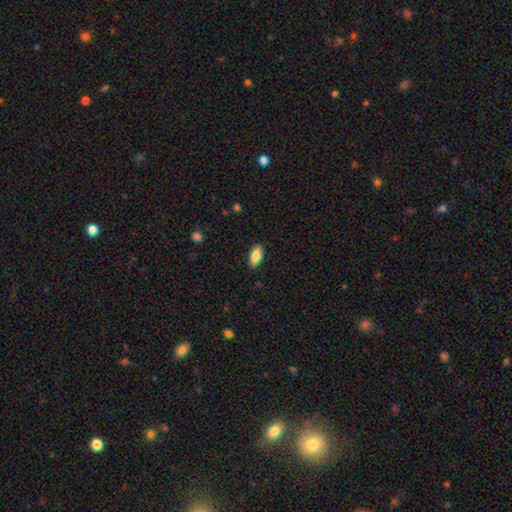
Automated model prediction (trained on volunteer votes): smooth-or-featured: smooth: 84% | featured or disk: 10% | star or artifact: 7%
  how-rounded: in between: 88% | cigar-shaped: 10% | round: 2%
  merging: none: 88% | minor disturbance: 9% | major disturbance: 2% | merger: 1%